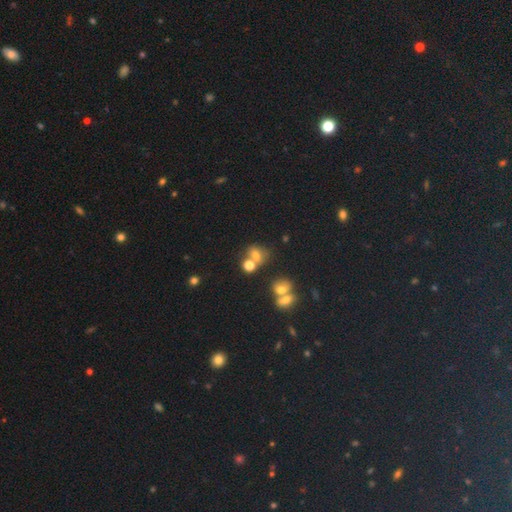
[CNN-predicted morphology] smooth-or-featured: smooth: 66% | star or artifact: 20% | featured or disk: 14%
  how-rounded: round: 57% | in between: 41% | cigar-shaped: 1%
  merging: none: 46% | merger: 36% | minor disturbance: 12% | major disturbance: 6%